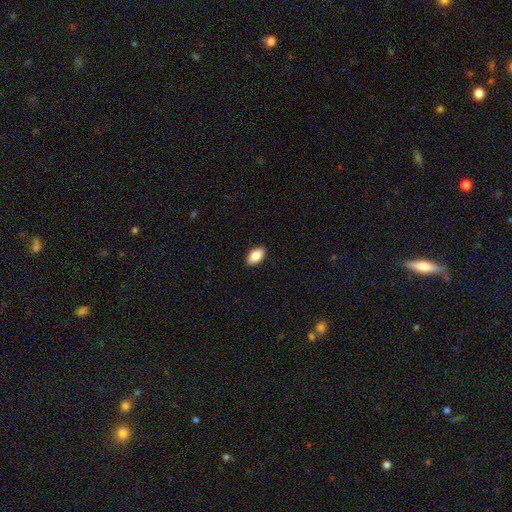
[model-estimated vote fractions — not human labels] A smooth galaxy with no disk features (88%) that is in between round and cigar-shaped (94%). Merging: none (90%).